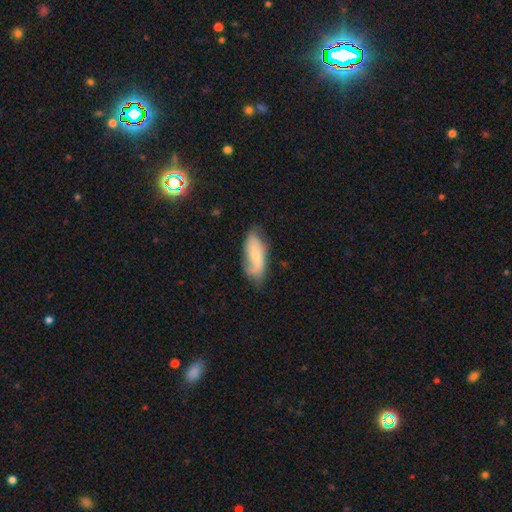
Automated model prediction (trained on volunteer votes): This is possibly a smooth galaxy (50%). Merging: possibly none (56%).